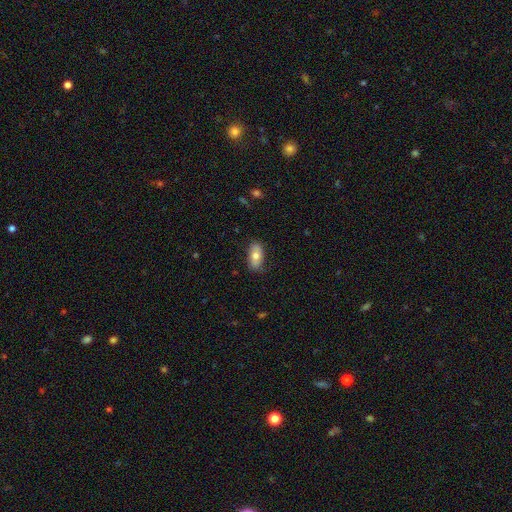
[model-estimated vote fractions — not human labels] smooth-or-featured: smooth: 72% | featured or disk: 21% | star or artifact: 7%
  how-rounded: in between: 91% | cigar-shaped: 5% | round: 4%
  merging: none: 80% | minor disturbance: 16% | major disturbance: 3% | merger: 1%